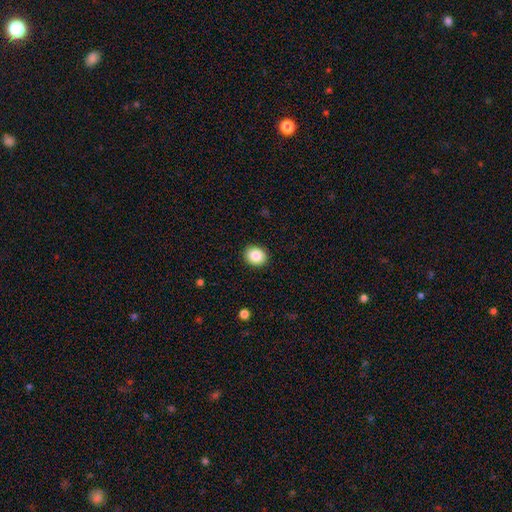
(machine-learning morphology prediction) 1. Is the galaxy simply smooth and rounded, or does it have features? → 86% smooth, 9% star or artifact, 5% featured or disk.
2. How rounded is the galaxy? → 70% round, 30% in between, 1% cigar-shaped.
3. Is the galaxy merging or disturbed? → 91% none, 6% minor disturbance, 2% major disturbance, 1% merger.